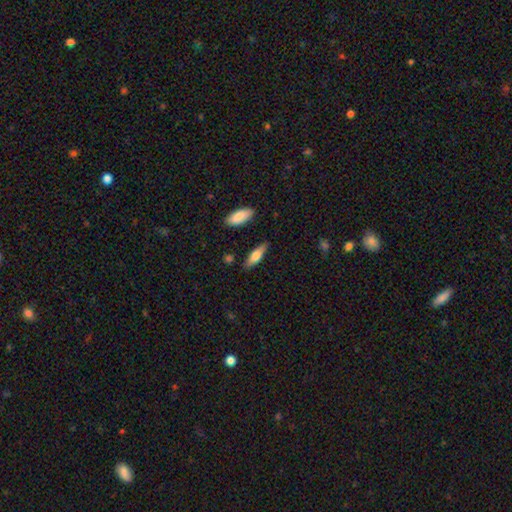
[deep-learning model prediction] This appears to be a smooth galaxy with no disk features (65%) that is in between round and cigar-shaped (50%). Merging: none (82%).